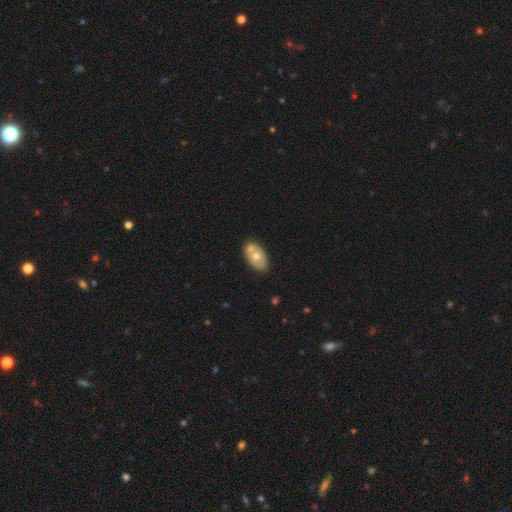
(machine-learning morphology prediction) smooth_or_featured: smooth (p=0.60) [alt: featured or disk p=0.33]
how_rounded: in between (p=0.90) [alt: round p=0.09]
merging: none (p=0.53) [alt: merger p=0.30]